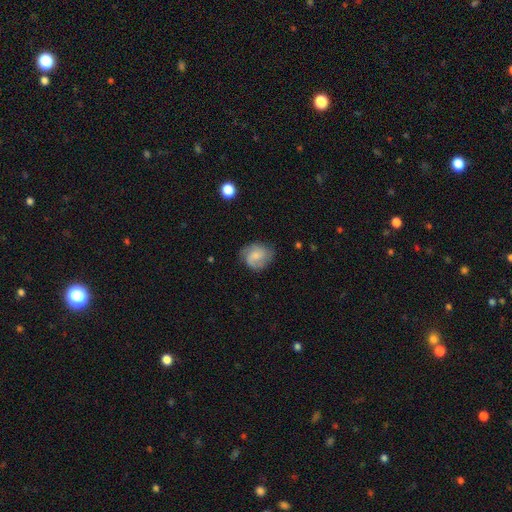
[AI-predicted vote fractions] A featured or disk galaxy (50%). Merging: none (68%).